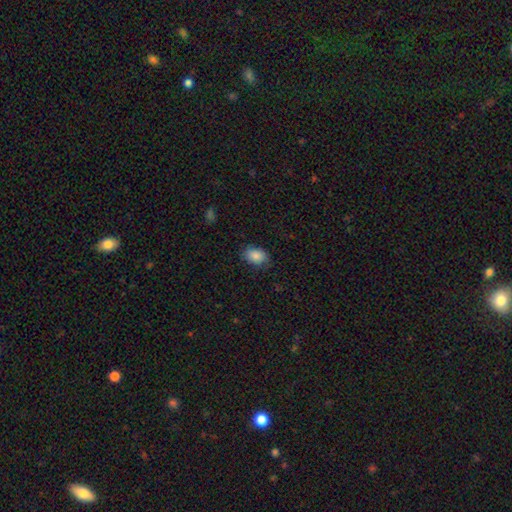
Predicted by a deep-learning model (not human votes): Q: Smooth or featured?
A: smooth (85%); runner-up: star or artifact (8%)
Q: How rounded?
A: in between (79%); runner-up: round (20%)
Q: Merging?
A: none (76%); runner-up: minor disturbance (18%)